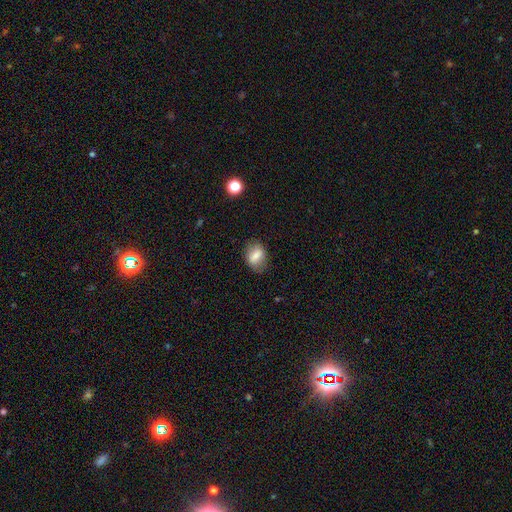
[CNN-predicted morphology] A smooth galaxy with no disk features (74%) that is in between round and cigar-shaped (71%).

Vote fractions:
- Smooth or featured? smooth: 74% / featured or disk: 17% / star or artifact: 9%
- How rounded? in between: 71% / round: 27% / cigar-shaped: 2%
- Merging? none: 77% / minor disturbance: 16% / major disturbance: 5% / merger: 1%